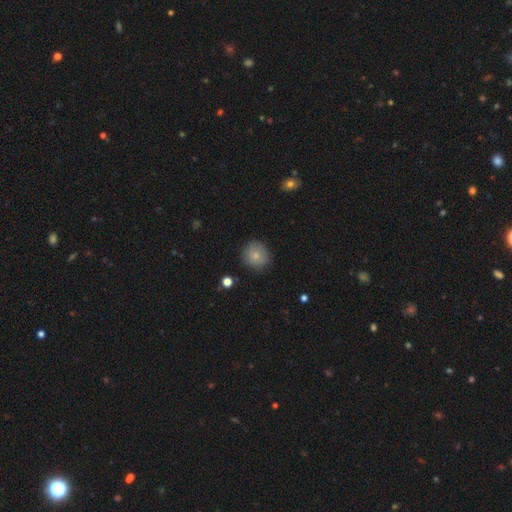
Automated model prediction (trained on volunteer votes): smooth 78%, featured or disk 13%, star or artifact 8%. Down the decision tree: how rounded — round (87%); merging — none (82%).